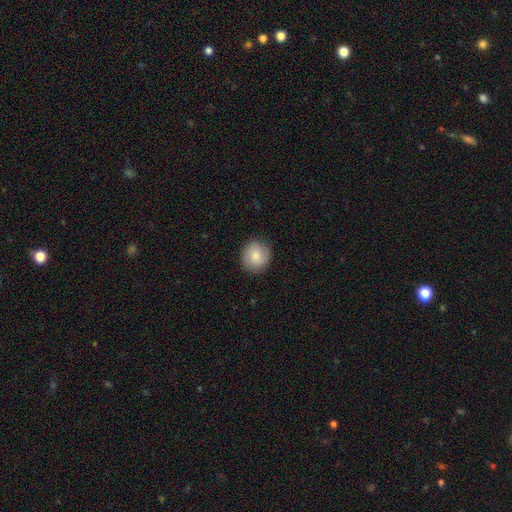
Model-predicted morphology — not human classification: Smooth or featured? smooth (81%)
How rounded? round (86%)
Merging? none (87%)